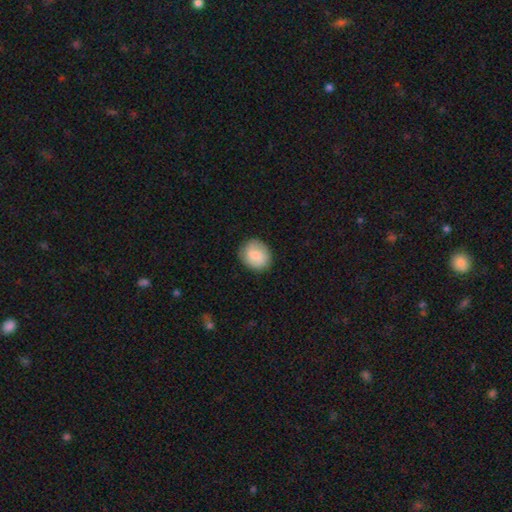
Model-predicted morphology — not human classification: Q: Smooth or featured?
A: smooth (78%); runner-up: featured or disk (15%)
Q: How rounded?
A: round (69%); runner-up: in between (30%)
Q: Merging?
A: none (83%); runner-up: minor disturbance (13%)